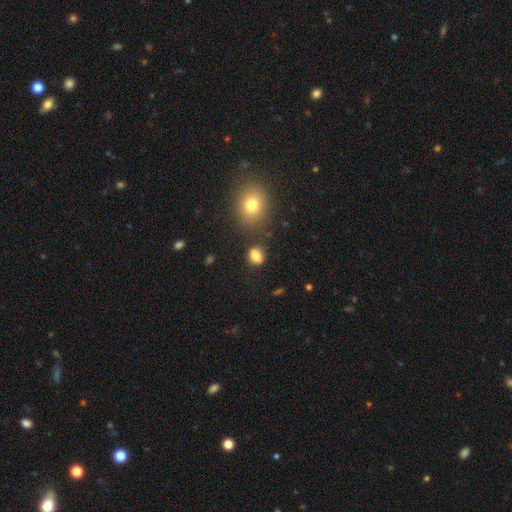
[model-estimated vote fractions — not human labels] A smooth galaxy with no disk features (81%) that is round (53%).

Vote fractions:
- Smooth or featured? smooth: 81% / star or artifact: 11% / featured or disk: 7%
- How rounded? round: 53% / in between: 45% / cigar-shaped: 1%
- Merging? none: 77% / minor disturbance: 13% / merger: 6% / major disturbance: 4%